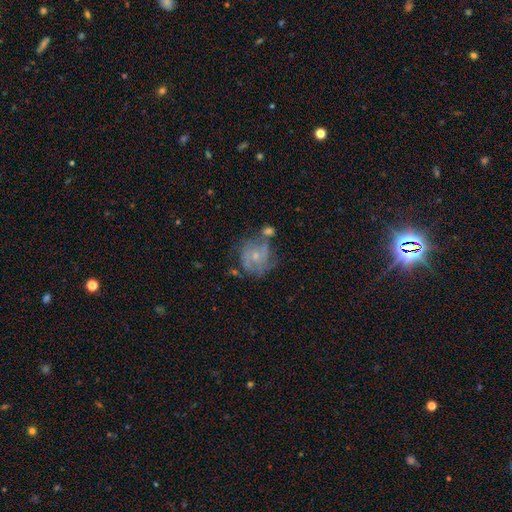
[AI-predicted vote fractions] A featured or disk galaxy (68%) with no bar (73%), tight (49%) spiral arms (81%) and a small central bulge (61%). Merging: none (49%).